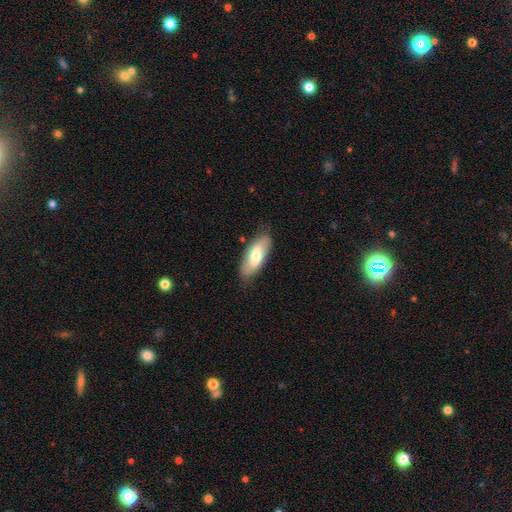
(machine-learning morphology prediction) smooth_or_featured: smooth (p=0.62) [alt: featured or disk p=0.33]
how_rounded: in between (p=0.77) [alt: cigar-shaped p=0.20]
merging: none (p=0.80) [alt: minor disturbance p=0.16]